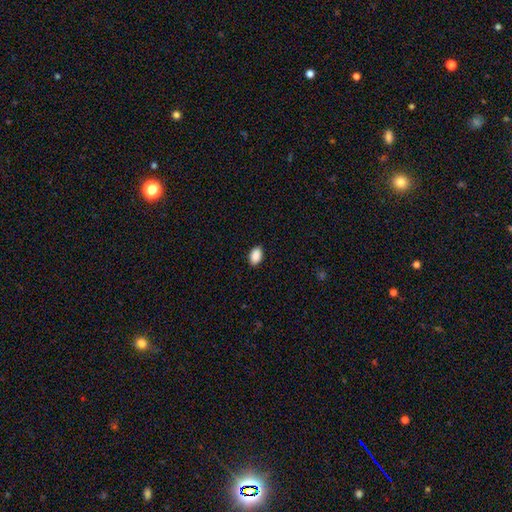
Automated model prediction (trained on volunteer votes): A smooth galaxy with no disk features (90%) that is in between round and cigar-shaped (90%). Merging: none (89%).